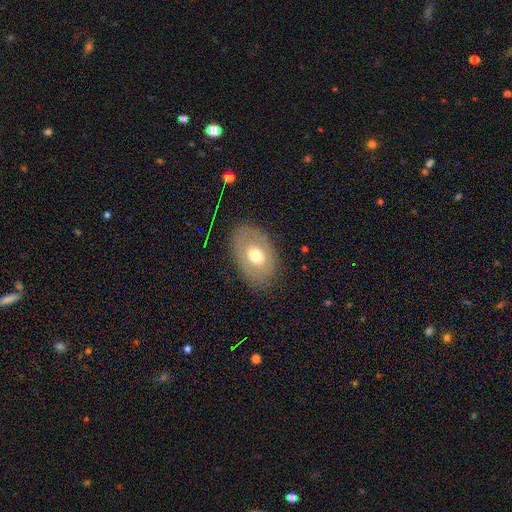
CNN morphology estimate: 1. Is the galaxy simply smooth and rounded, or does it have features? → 56% smooth, 35% featured or disk, 9% star or artifact.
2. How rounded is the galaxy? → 82% in between, 17% round, 1% cigar-shaped.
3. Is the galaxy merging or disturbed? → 81% none, 13% minor disturbance, 5% major disturbance, 1% merger.